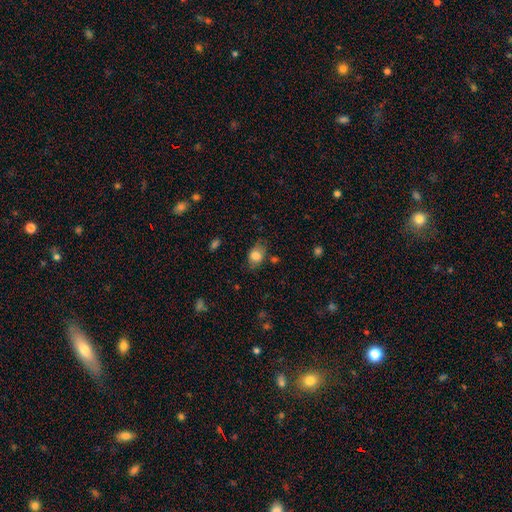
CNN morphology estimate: Smooth or featured? Predicted: smooth (p=0.80). How rounded? Predicted: in between (p=0.73). Merging? Predicted: none (p=0.68).